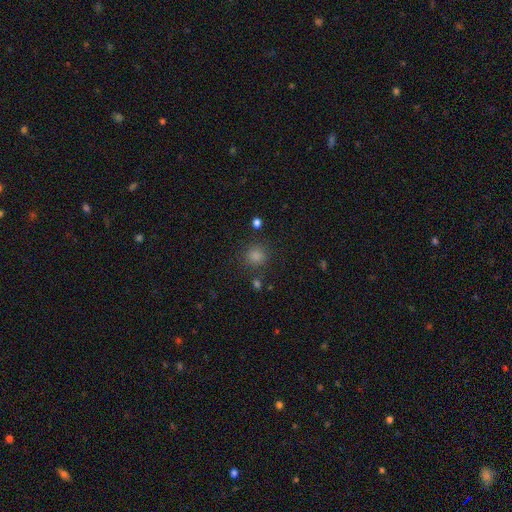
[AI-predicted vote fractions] A smooth galaxy with no disk features (75%) that is round (89%).

Vote fractions:
- Smooth or featured? smooth: 75% / star or artifact: 20% / featured or disk: 5%
- How rounded? round: 89% / in between: 10% / cigar-shaped: 1%
- Merging? none: 86% / minor disturbance: 8% / merger: 4% / major disturbance: 3%